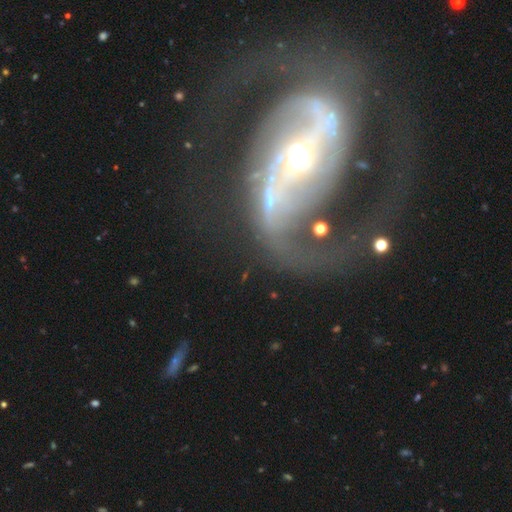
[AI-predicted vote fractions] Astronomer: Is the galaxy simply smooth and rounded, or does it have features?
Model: featured or disk — 88%.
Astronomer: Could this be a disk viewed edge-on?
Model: no — 96%.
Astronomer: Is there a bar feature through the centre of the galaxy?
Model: strong — 54%.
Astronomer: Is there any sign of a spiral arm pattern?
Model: yes — 91%.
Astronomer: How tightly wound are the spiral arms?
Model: medium — 43% (runner-up: loose, 42%).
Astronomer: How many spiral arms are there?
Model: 2 — 88%.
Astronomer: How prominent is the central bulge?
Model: moderate — 65%.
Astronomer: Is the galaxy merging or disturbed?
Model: none — 55%.